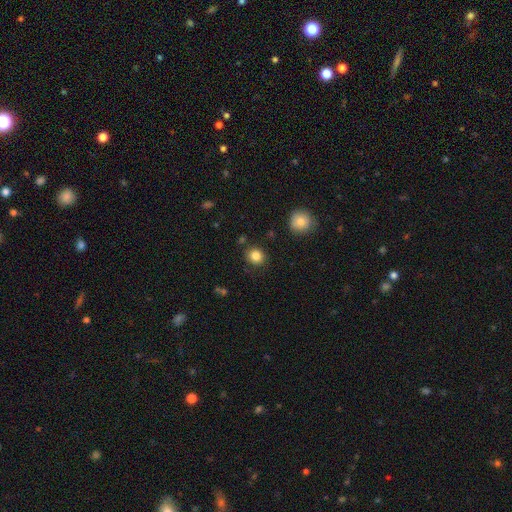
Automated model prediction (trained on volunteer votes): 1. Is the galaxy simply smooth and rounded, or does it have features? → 84% smooth, 11% star or artifact, 6% featured or disk.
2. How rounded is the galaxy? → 82% round, 17% in between, 1% cigar-shaped.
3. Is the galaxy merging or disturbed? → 87% none, 8% minor disturbance, 3% major disturbance, 3% merger.